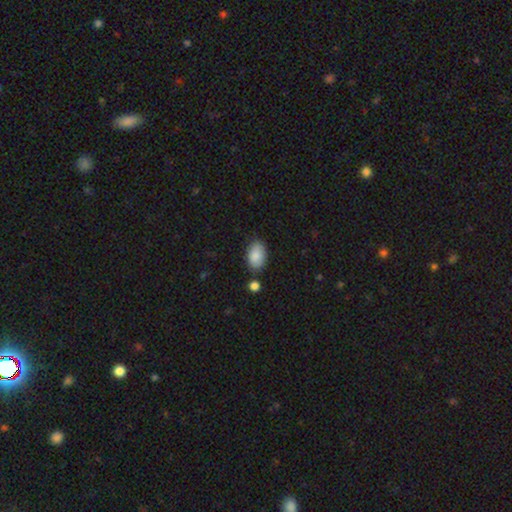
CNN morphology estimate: Smooth or featured?
  - smooth: 88% *
  - star or artifact: 6%
  - featured or disk: 6%
How rounded?
  - in between: 92% *
  - round: 7%
  - cigar-shaped: 1%
Merging?
  - none: 76% *
  - minor disturbance: 15%
  - merger: 6%
  - major disturbance: 4%